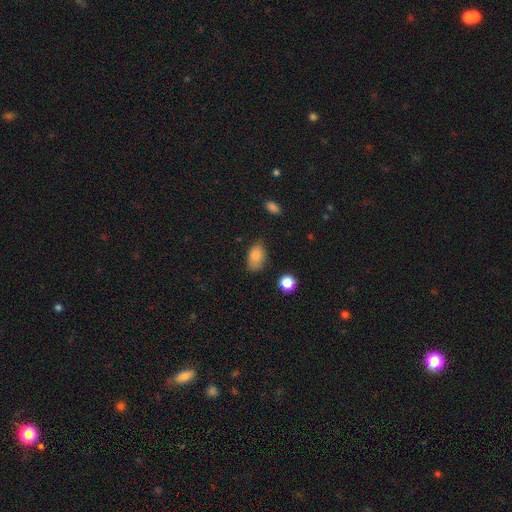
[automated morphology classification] type=smooth (83%); roundness=in between (89%); merging=none (71%).